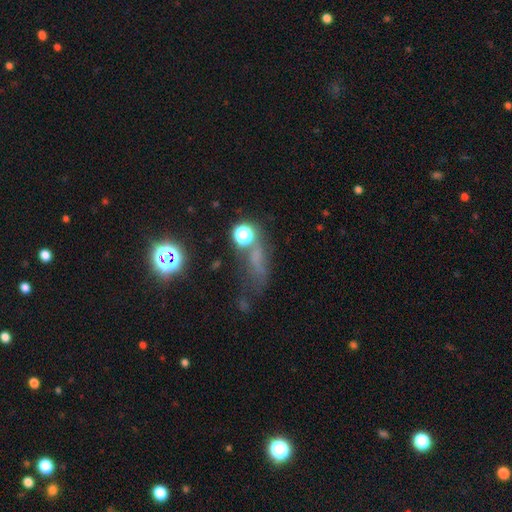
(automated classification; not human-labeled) A smooth galaxy with no disk features (41%).

Vote fractions:
- Smooth or featured? smooth: 41% / star or artifact: 39% / featured or disk: 20%
- Merging? none: 45% / major disturbance: 23% / minor disturbance: 20% / merger: 11%